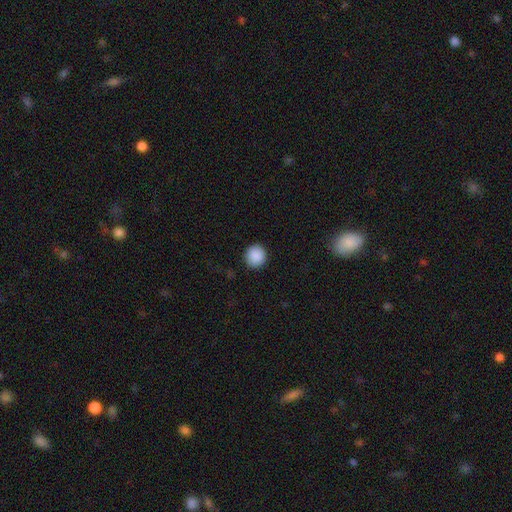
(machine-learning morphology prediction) Q: Smooth or featured?
A: smooth (89%); runner-up: star or artifact (8%)
Q: How rounded?
A: round (92%); runner-up: in between (7%)
Q: Merging?
A: none (92%); runner-up: minor disturbance (5%)